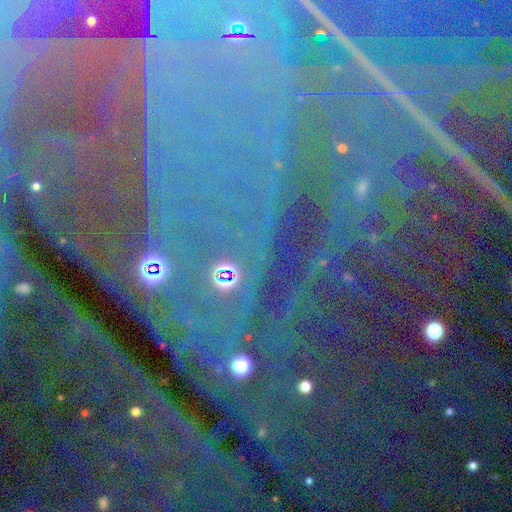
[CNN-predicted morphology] Smooth or featured: star or artifact — 88% (featured or disk — 7%)